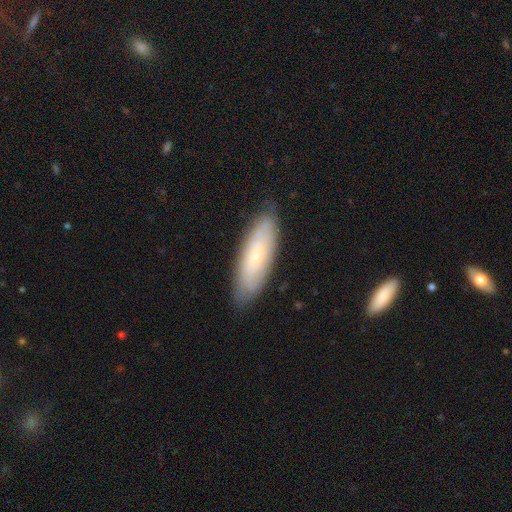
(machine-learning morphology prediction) A smooth galaxy with no disk features (60%) that is in between round and cigar-shaped (55%).

Vote fractions:
- Smooth or featured? smooth: 60% / featured or disk: 33% / star or artifact: 7%
- How rounded? in between: 55% / cigar-shaped: 44% / round: 2%
- Merging? none: 83% / minor disturbance: 13% / major disturbance: 2% / merger: 1%